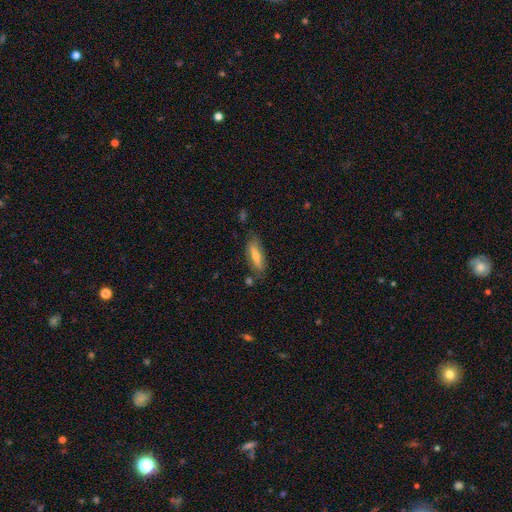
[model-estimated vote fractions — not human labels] Smooth or featured?
  - smooth: 58% *
  - featured or disk: 35%
  - star or artifact: 7%
How rounded?
  - cigar-shaped: 55% *
  - in between: 43%
  - round: 2%
Merging?
  - none: 75% *
  - minor disturbance: 17%
  - major disturbance: 4%
  - merger: 3%